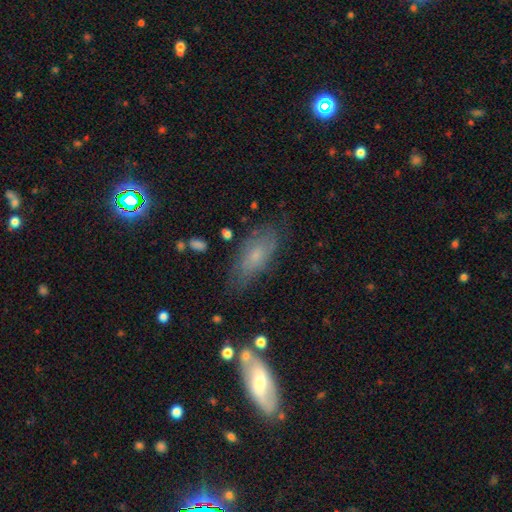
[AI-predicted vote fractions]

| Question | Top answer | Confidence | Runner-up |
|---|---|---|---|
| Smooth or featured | smooth | 55% | featured or disk (35%) |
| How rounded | in between | 82% | cigar-shaped (14%) |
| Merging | none | 66% | minor disturbance (23%) |